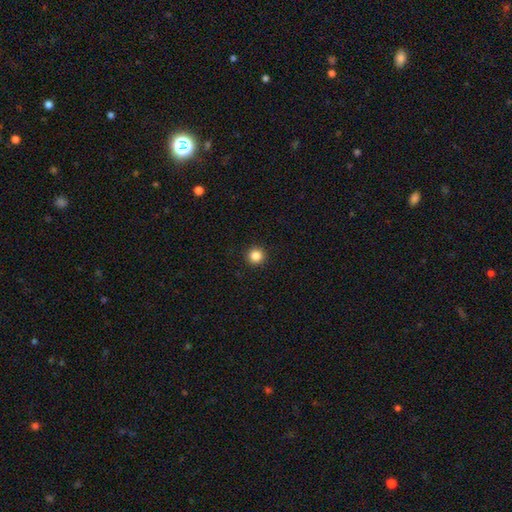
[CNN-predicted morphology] type=smooth (85%); roundness=round (96%); merging=none (93%).